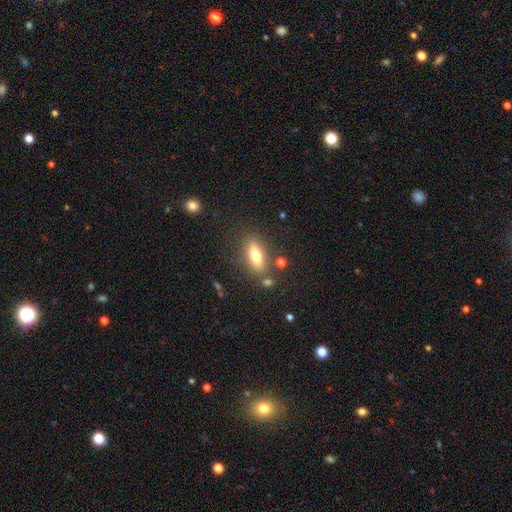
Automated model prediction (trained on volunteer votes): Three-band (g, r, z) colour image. It shows a smooth galaxy with no disk features (69%) that is in between round and cigar-shaped (74%). Merging: none (79%).